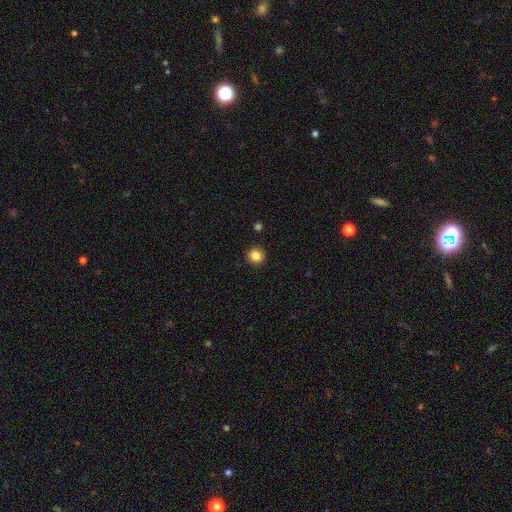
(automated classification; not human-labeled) Smooth or featured? Predicted: smooth (p=0.85). How rounded? Predicted: round (p=0.92). Merging? Predicted: none (p=0.92).